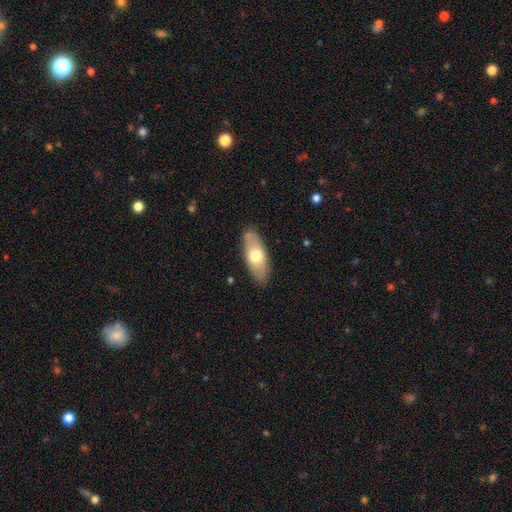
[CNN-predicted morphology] Smooth or featured?
  - smooth: 61% *
  - featured or disk: 33%
  - star or artifact: 6%
How rounded?
  - in between: 80% *
  - cigar-shaped: 17%
  - round: 3%
Merging?
  - none: 84% *
  - minor disturbance: 12%
  - major disturbance: 3%
  - merger: 1%